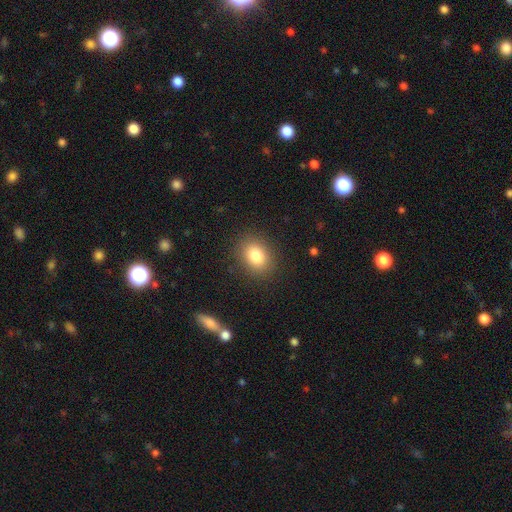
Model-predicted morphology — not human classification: Smooth or featured? Predicted: smooth (p=0.82). How rounded? Predicted: in between (p=0.58). Merging? Predicted: none (p=0.87).